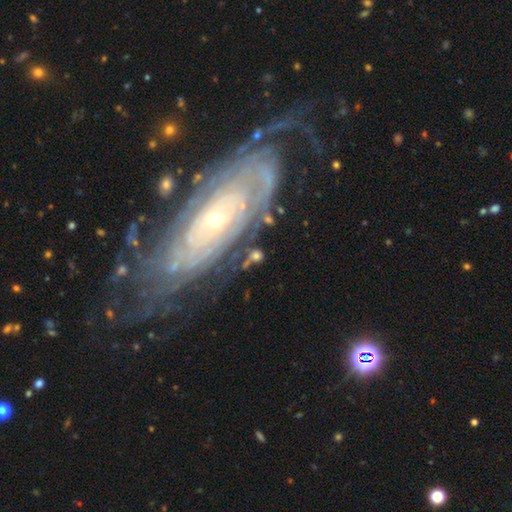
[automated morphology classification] Smooth or featured?
  - featured or disk: 51% *
  - smooth: 36%
  - star or artifact: 14%
Edge-on disk?
  - no: 86% *
  - yes: 14%
Merging?
  - none: 66% *
  - minor disturbance: 16%
  - major disturbance: 9%
  - merger: 9%